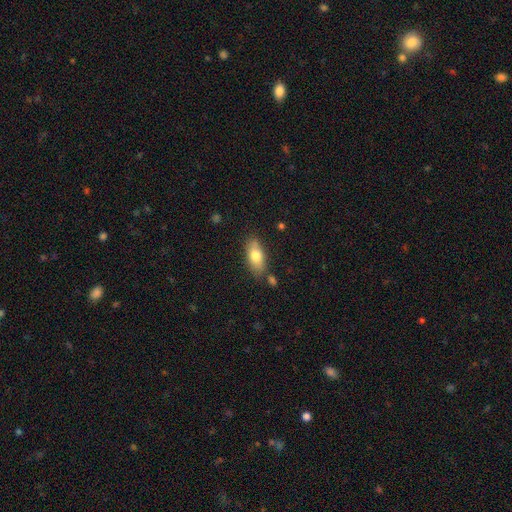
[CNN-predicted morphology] type=smooth (74%); roundness=in between (83%); merging=none (78%).